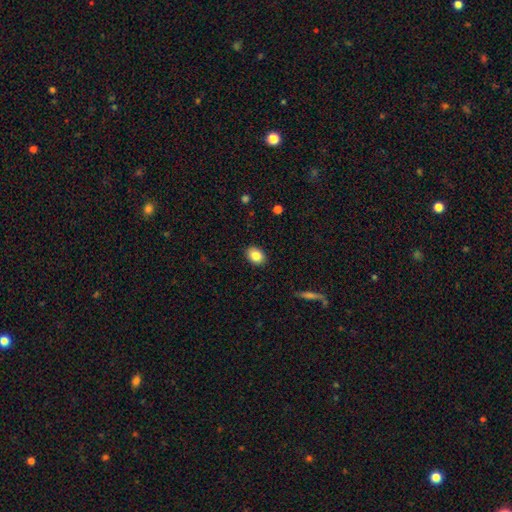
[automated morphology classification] Smooth or featured?
  - smooth: 84% *
  - star or artifact: 9%
  - featured or disk: 7%
How rounded?
  - in between: 66% *
  - round: 32%
  - cigar-shaped: 1%
Merging?
  - none: 89% *
  - minor disturbance: 8%
  - major disturbance: 2%
  - merger: 1%